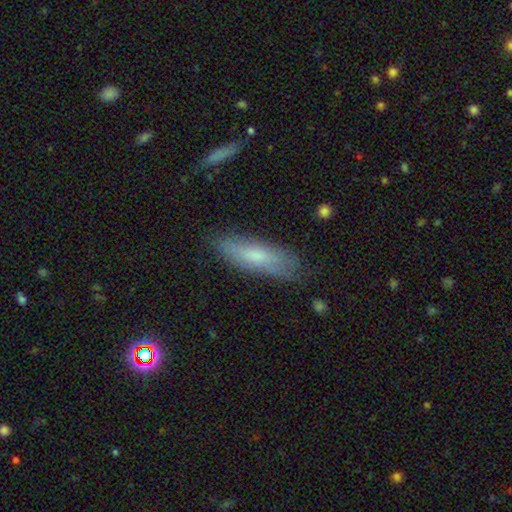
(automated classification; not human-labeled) The model was most divided on "how rounded": cigar-shaped: 56%, in between: 42%, round: 2%. More confident: merging — none (75%); smooth or featured — smooth (66%).